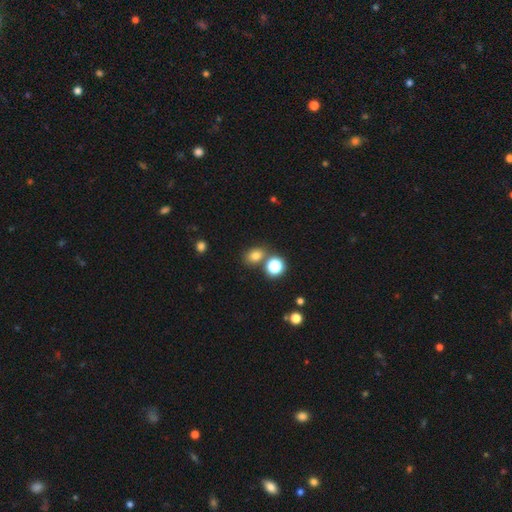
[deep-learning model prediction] smooth 75%, star or artifact 17%, featured or disk 7%. Down the decision tree: how rounded — in between (52%); merging — none (70%).